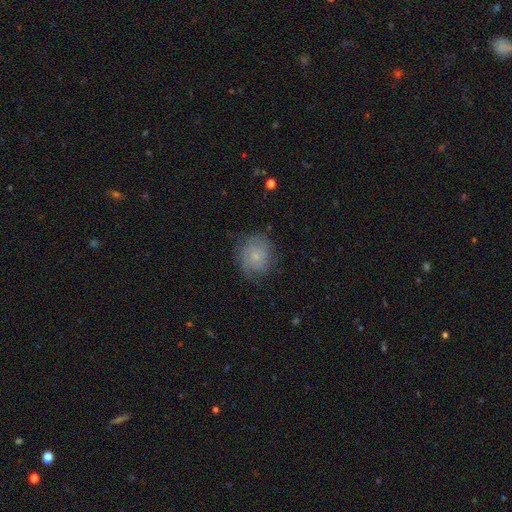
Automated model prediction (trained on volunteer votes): Smooth or featured: smooth — 48% (featured or disk — 43%)
Merging: none — 69% (minor disturbance — 21%)